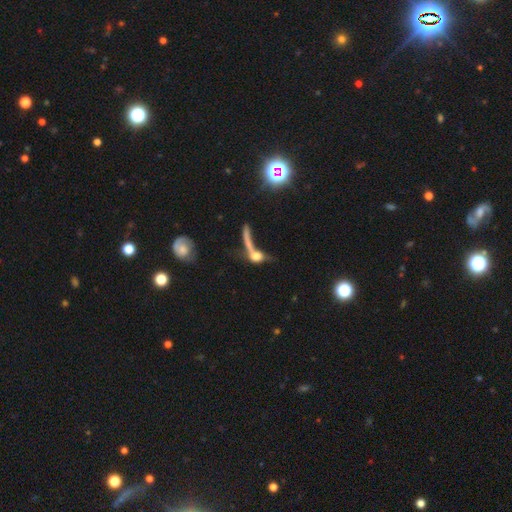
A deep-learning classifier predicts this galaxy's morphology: smooth 50%, featured or disk 35%, star or artifact 15%. Down the decision tree: how rounded — round (38%); merging — merger (39%).